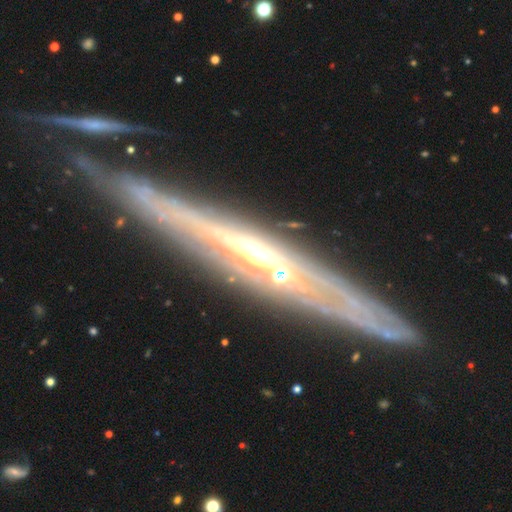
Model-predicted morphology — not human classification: A featured or disk galaxy (82%) viewed edge-on (83%) with a rounded central bulge (50%). Merging: none (70%).